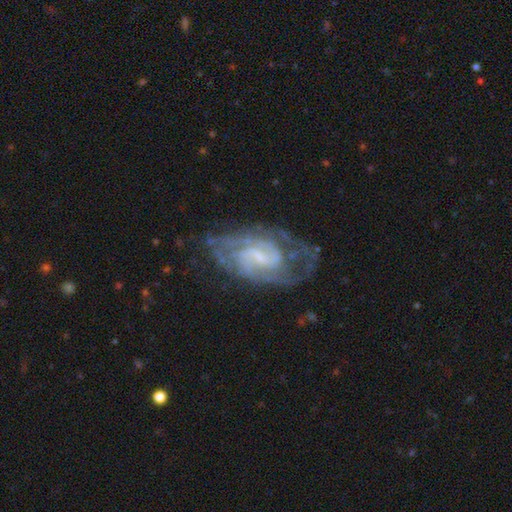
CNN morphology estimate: Q: Smooth or featured?
A: featured or disk (83%); runner-up: smooth (9%)
Q: Edge-on disk?
A: no (96%); runner-up: yes (4%)
Q: Bar?
A: weak (55%); runner-up: no (27%)
Q: Spiral arms?
A: yes (93%); runner-up: no (7%)
Q: Spiral winding?
A: tight (50%); runner-up: medium (40%)
Q: Spiral arm count?
A: 2 (43%); runner-up: can't tell (31%)
Q: Bulge size?
A: small (53%); runner-up: moderate (25%)
Q: Merging?
A: none (65%); runner-up: minor disturbance (20%)